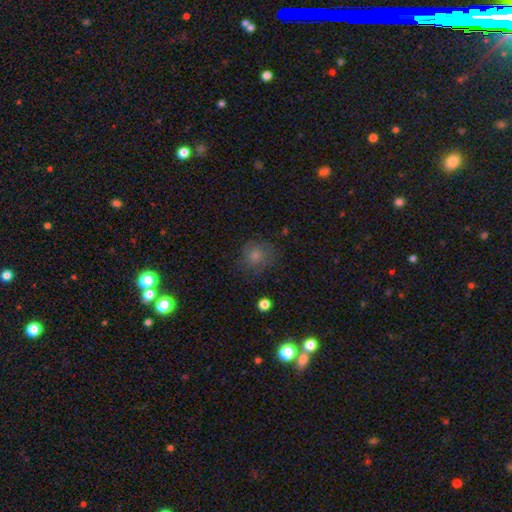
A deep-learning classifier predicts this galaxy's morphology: The model was most divided on "merging": none: 71%, minor disturbance: 19%, major disturbance: 9%, merger: 2%. More confident: how rounded — round (82%); smooth or featured — smooth (78%).